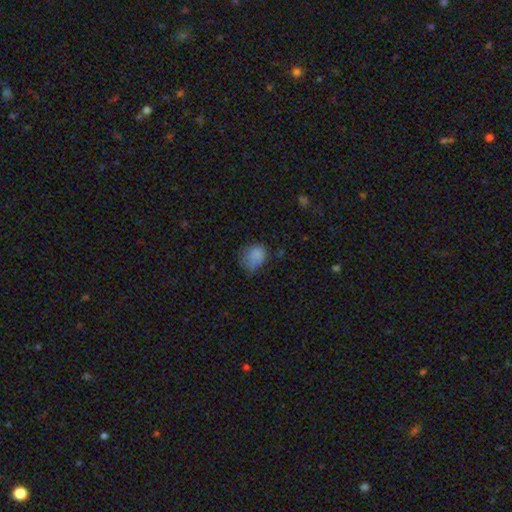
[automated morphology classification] smooth-or-featured: smooth: 82% | star or artifact: 11% | featured or disk: 7%
  how-rounded: in between: 50% | round: 49% | cigar-shaped: 1%
  merging: none: 47% | minor disturbance: 35% | major disturbance: 15% | merger: 2%